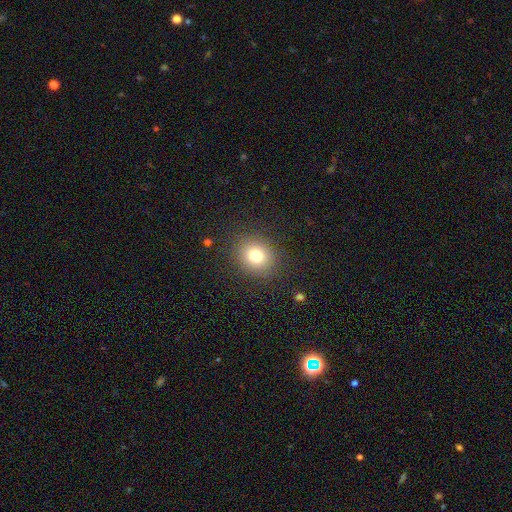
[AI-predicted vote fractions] This is likely a smooth galaxy (77%). How rounded: likely round (74%). Merging: clearly none (87%).